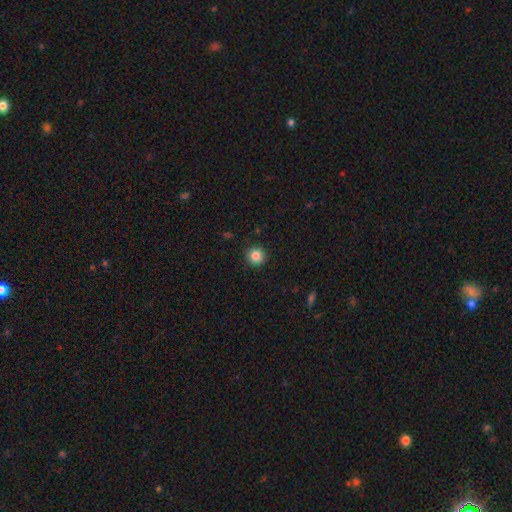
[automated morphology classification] Overall: smooth (85%). How rounded: round (95%). Merging: none (91%).